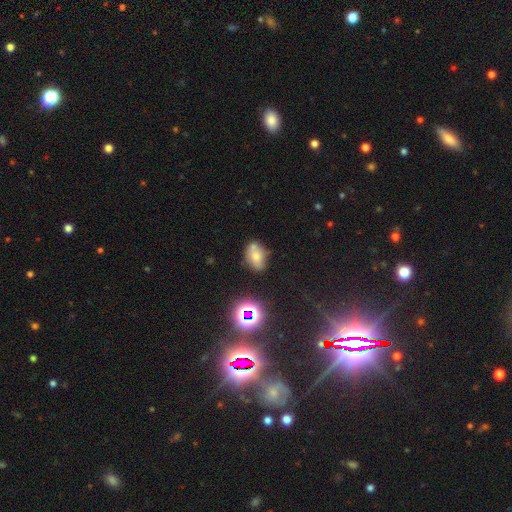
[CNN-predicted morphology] type=smooth (57%); roundness=in between (82%); merging=none (60%).